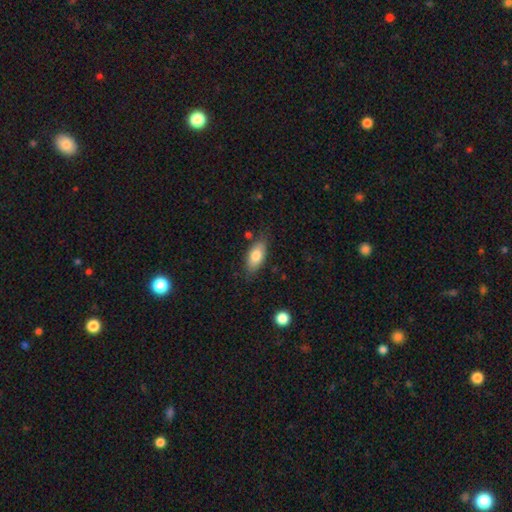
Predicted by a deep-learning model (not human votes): Smooth or featured? Predicted: smooth (p=0.79). How rounded? Predicted: in between (p=0.88). Merging? Predicted: none (p=0.77).